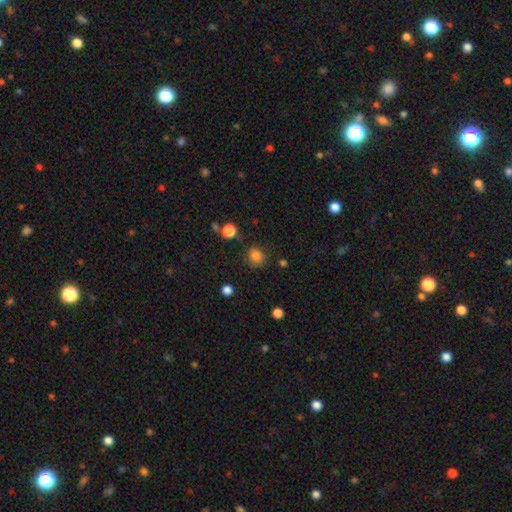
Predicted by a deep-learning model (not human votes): This is clearly a smooth galaxy (81%). How rounded: likely round (68%). Merging: likely none (75%).